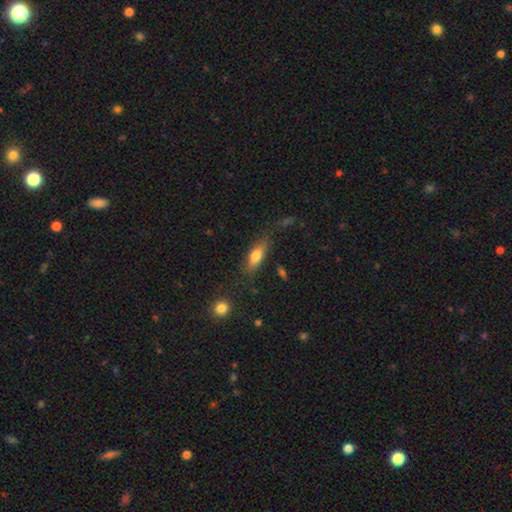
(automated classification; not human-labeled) smooth 74%, featured or disk 19%, star or artifact 8%. Down the decision tree: how rounded — in between (66%); merging — none (74%).